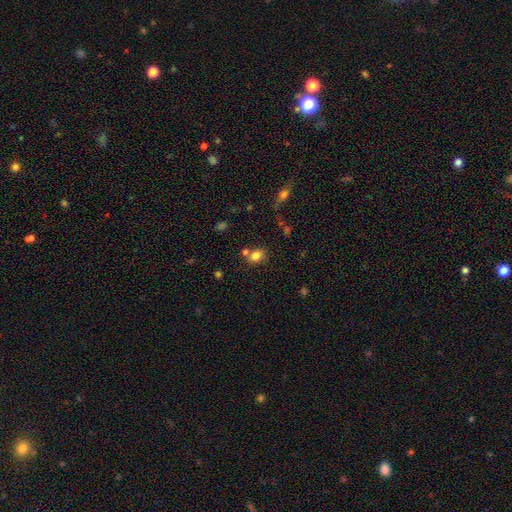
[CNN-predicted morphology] Q: Smooth or featured?
A: smooth (80%); runner-up: star or artifact (12%)
Q: How rounded?
A: in between (56%); runner-up: round (43%)
Q: Merging?
A: none (62%); runner-up: merger (21%)